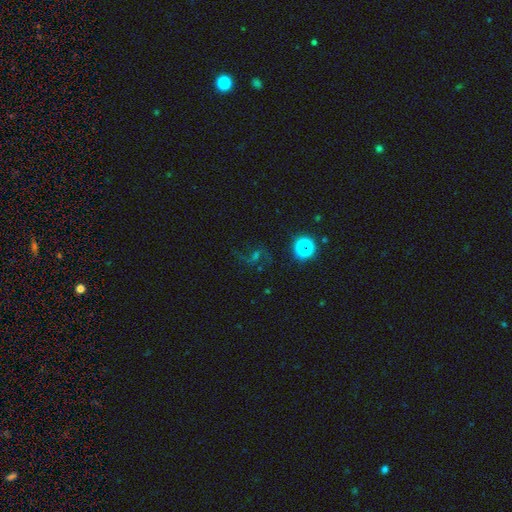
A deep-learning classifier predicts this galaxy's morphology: smooth_or_featured: featured or disk (p=0.45) [alt: star or artifact p=0.38]
merging: none (p=0.63) [alt: major disturbance p=0.17]